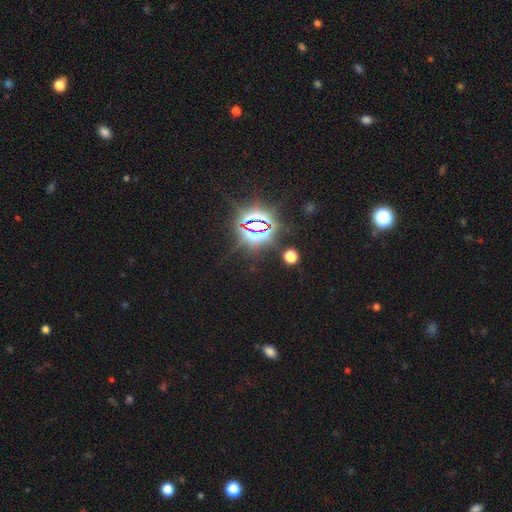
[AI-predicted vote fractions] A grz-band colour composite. It shows a star or artifact, not a galaxy (84%).